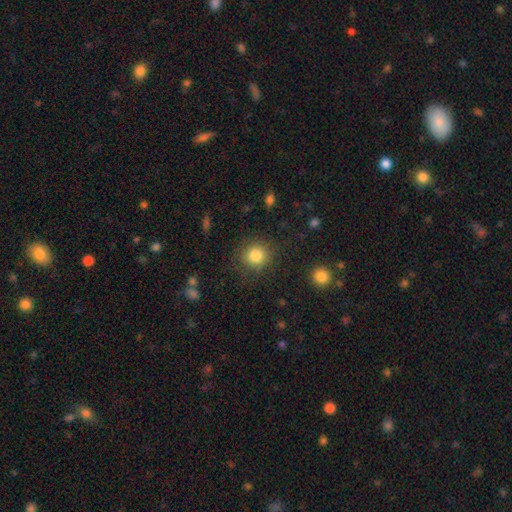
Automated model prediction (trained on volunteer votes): This appears to be a smooth galaxy with no disk features (84%) that is round (87%). Merging: none (84%).